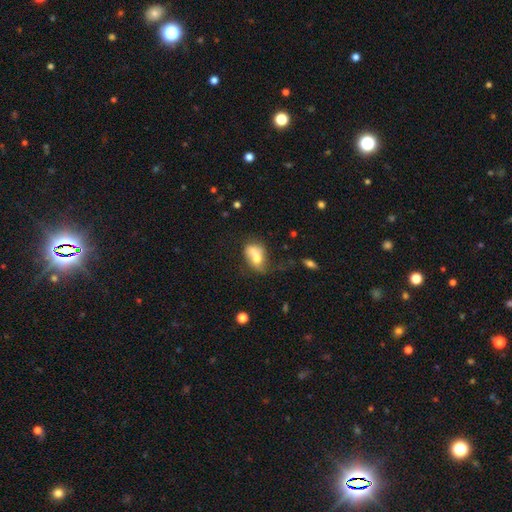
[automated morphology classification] Smooth or featured? Predicted: smooth (p=0.56). How rounded? Predicted: in between (p=0.67). Merging? Predicted: merger (p=0.64).